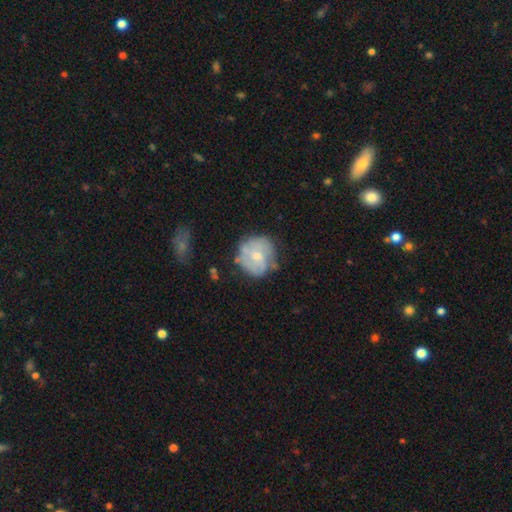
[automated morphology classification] Q: Smooth or featured?
A: featured or disk (55%); runner-up: smooth (39%)
Q: Edge-on disk?
A: no (98%); runner-up: yes (2%)
Q: Bar?
A: no (66%); runner-up: weak (29%)
Q: Spiral arms?
A: yes (55%); runner-up: no (45%)
Q: Bulge size?
A: moderate (49%); runner-up: small (40%)
Q: Merging?
A: none (59%); runner-up: minor disturbance (26%)